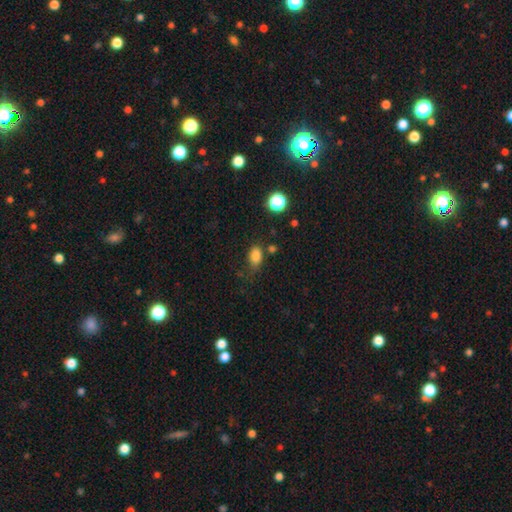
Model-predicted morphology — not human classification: Smooth or featured?
  - smooth: 82% *
  - star or artifact: 12%
  - featured or disk: 5%
How rounded?
  - in between: 78% *
  - round: 20%
  - cigar-shaped: 2%
Merging?
  - none: 61% *
  - minor disturbance: 24%
  - major disturbance: 9%
  - merger: 6%